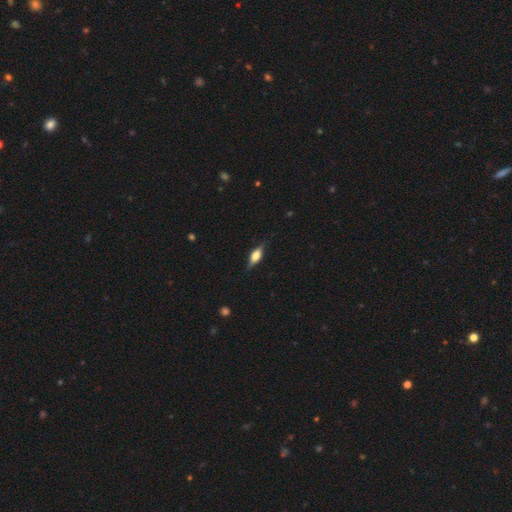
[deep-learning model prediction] This is possibly a smooth galaxy (47%). Merging: clearly none (82%).